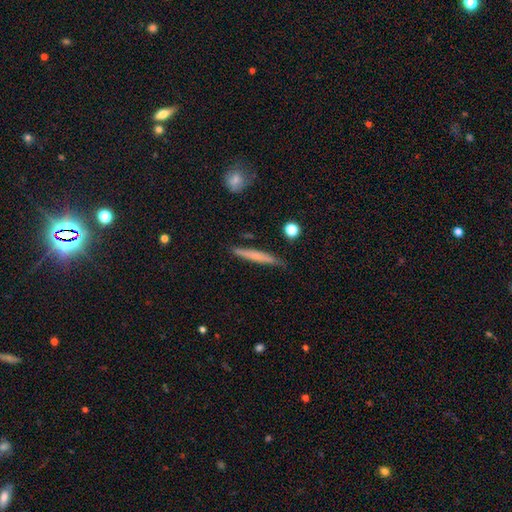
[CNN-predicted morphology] The model was most divided on "smooth or featured": smooth: 60%, featured or disk: 33%, star or artifact: 6%. More confident: how rounded — cigar-shaped (95%); merging — none (83%).